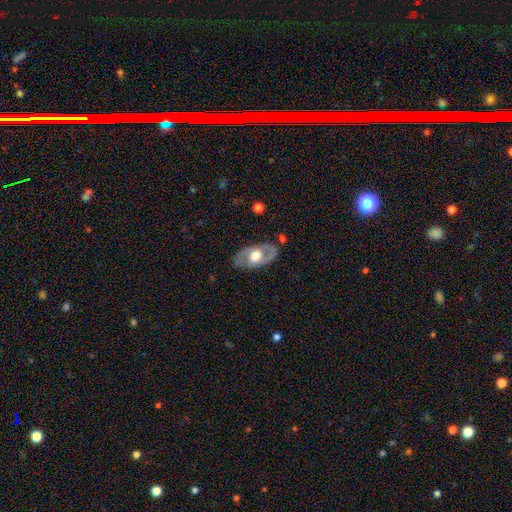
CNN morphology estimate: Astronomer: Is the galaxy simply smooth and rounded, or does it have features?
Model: featured or disk — 65%.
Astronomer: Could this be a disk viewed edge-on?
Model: no — 88%.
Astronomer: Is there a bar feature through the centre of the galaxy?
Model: no — 72%.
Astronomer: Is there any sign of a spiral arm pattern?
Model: no — 52% (runner-up: yes, 48%).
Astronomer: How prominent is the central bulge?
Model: moderate — 56% (runner-up: large, 37%).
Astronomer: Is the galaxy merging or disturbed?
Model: none — 80%.